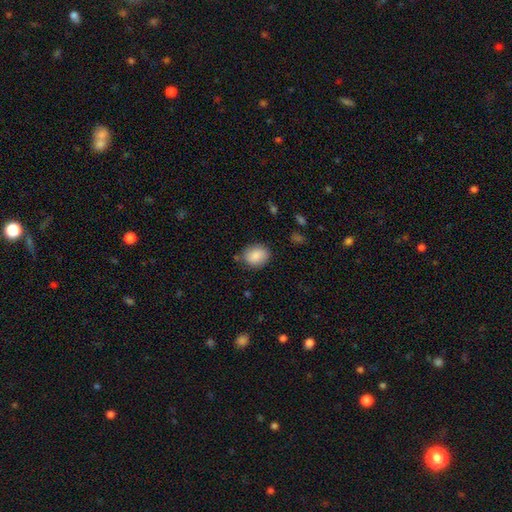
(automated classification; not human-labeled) The model was most divided on "how rounded": round: 52%, in between: 47%, cigar-shaped: 1%. More confident: smooth or featured — smooth (86%); merging — none (79%).